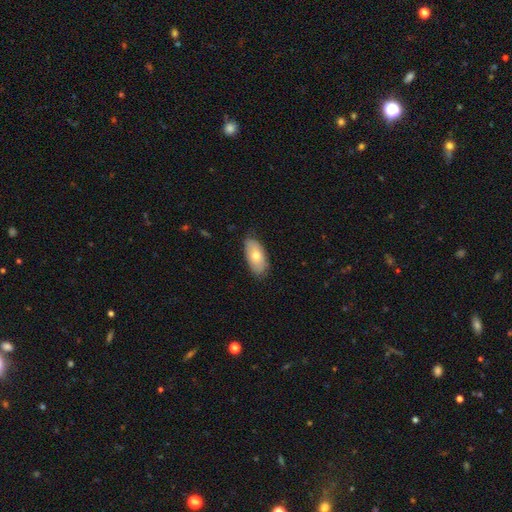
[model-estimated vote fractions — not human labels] smooth-or-featured: smooth: 69% | featured or disk: 25% | star or artifact: 6%
  how-rounded: in between: 92% | cigar-shaped: 4% | round: 3%
  merging: none: 78% | minor disturbance: 18% | major disturbance: 3% | merger: 1%